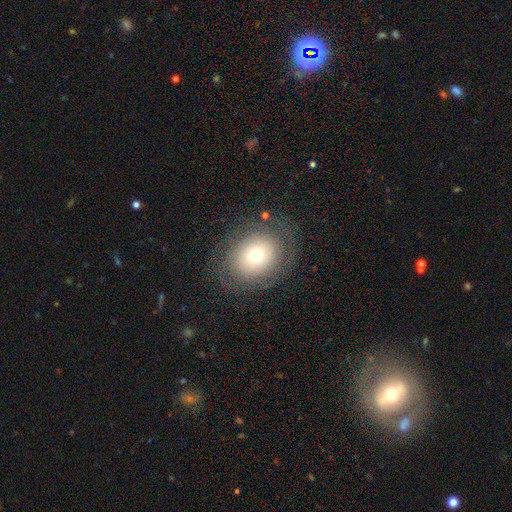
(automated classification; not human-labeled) Q: Smooth or featured?
A: smooth (59%); runner-up: featured or disk (29%)
Q: How rounded?
A: round (60%); runner-up: in between (39%)
Q: Merging?
A: none (77%); runner-up: minor disturbance (13%)